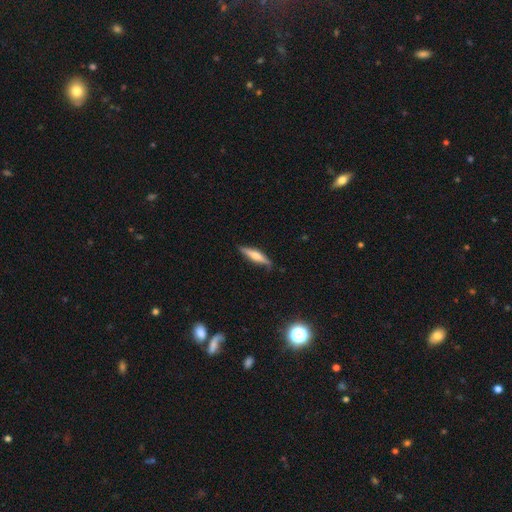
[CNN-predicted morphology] smooth 47% (tied), featured or disk 47% (tied), star or artifact 6%. Down the decision tree: merging — none (83%).